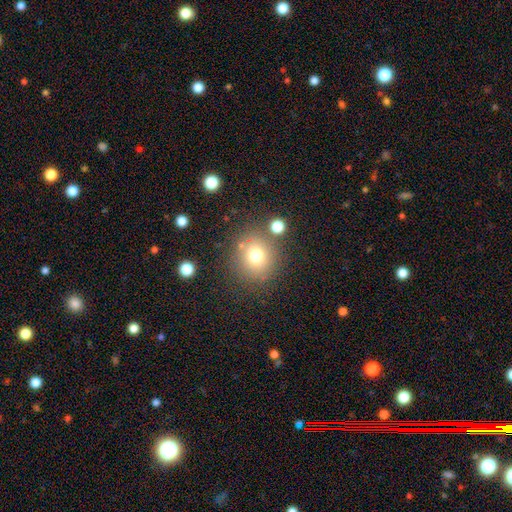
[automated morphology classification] A smooth galaxy with no disk features (72%) that is round (86%).

Vote fractions:
- Smooth or featured? smooth: 72% / star or artifact: 16% / featured or disk: 12%
- How rounded? round: 86% / in between: 13% / cigar-shaped: 1%
- Merging? none: 78% / minor disturbance: 10% / merger: 7% / major disturbance: 5%